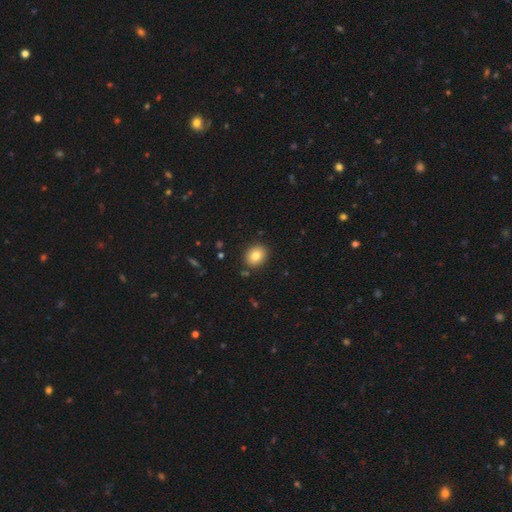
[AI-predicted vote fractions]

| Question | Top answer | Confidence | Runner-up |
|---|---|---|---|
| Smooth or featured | smooth | 82% | star or artifact (9%) |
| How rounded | round | 57% | in between (42%) |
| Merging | none | 89% | minor disturbance (8%) |